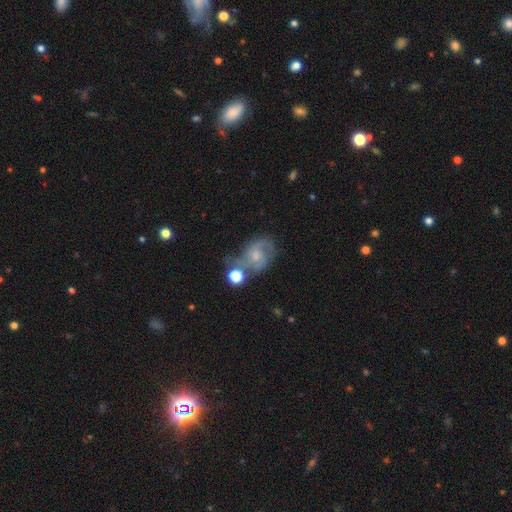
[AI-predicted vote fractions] This appears to be a featured or disk galaxy (64%) with no bar (65%), 2 (67%) medium (49%) spiral arms (87%) and a small central bulge (52%). Merging: none (43%).